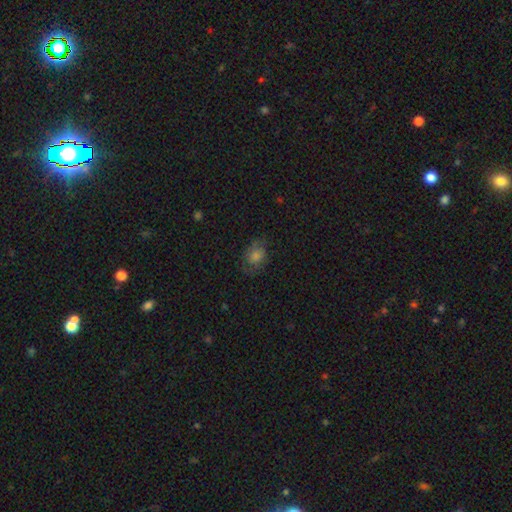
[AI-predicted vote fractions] This is possibly a smooth galaxy (53%). How rounded: possibly in between (60%). Merging: likely none (69%).